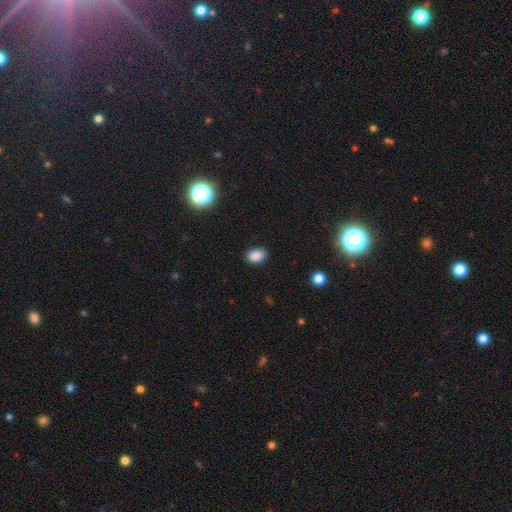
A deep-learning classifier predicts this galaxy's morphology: This appears to be a smooth galaxy with no disk features (86%) that is in between round and cigar-shaped (75%). Merging: none (83%).